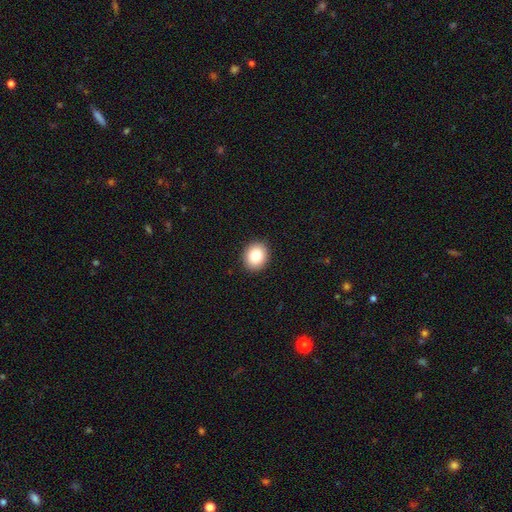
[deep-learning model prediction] Smooth or featured: smooth — 83% (star or artifact — 9%)
How rounded: round — 66% (in between — 33%)
Merging: none — 92% (minor disturbance — 6%)